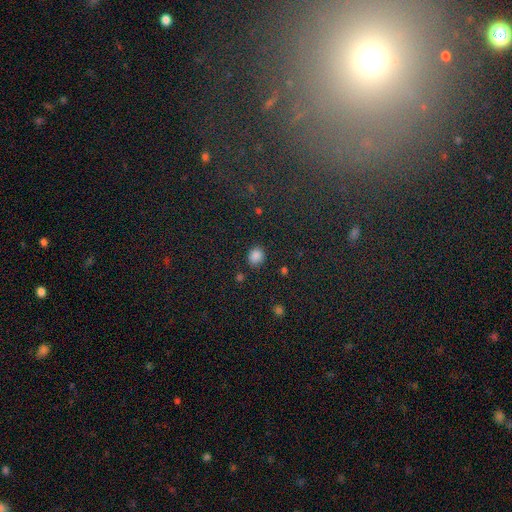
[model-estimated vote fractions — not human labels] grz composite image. It shows a smooth galaxy with no disk features (84%) that is round (70%). Merging: none (82%).